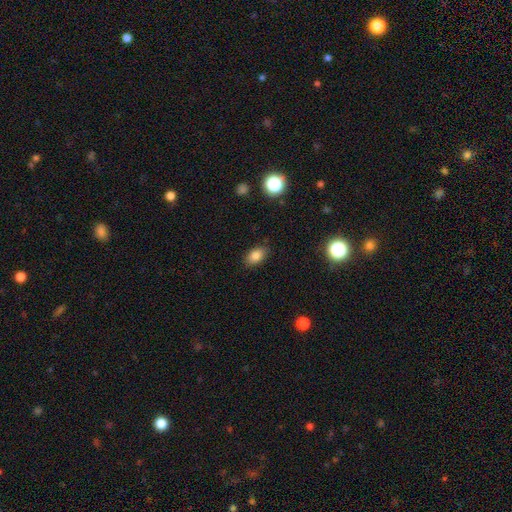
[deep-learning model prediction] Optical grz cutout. It shows a smooth galaxy with no disk features (82%) that is in between round and cigar-shaped (86%). Merging: none (86%).